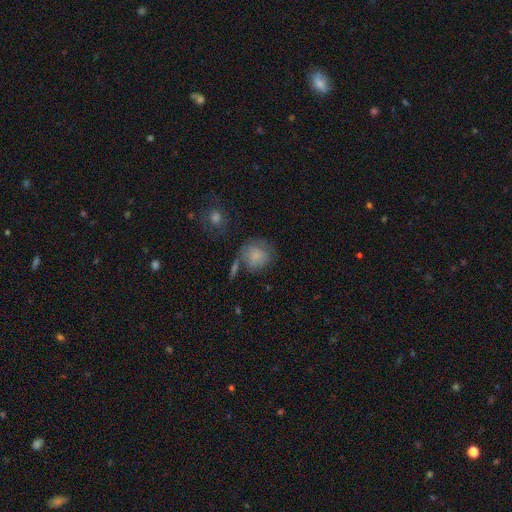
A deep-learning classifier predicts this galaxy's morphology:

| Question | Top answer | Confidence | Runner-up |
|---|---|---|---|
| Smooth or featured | smooth | 79% | featured or disk (13%) |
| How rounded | round | 79% | in between (20%) |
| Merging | none | 54% | minor disturbance (22%) |